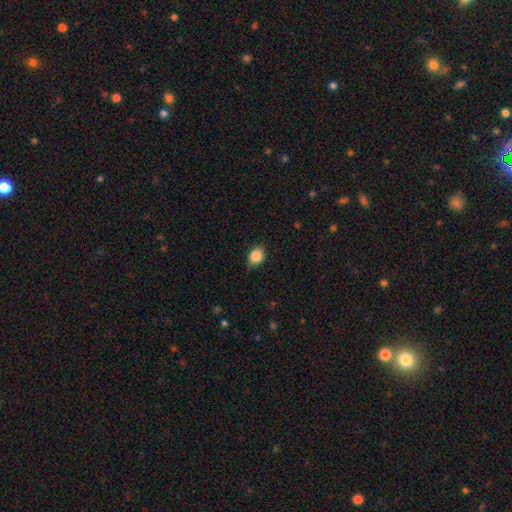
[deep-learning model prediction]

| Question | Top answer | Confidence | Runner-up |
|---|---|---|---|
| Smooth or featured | smooth | 86% | star or artifact (8%) |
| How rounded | in between | 64% | round (35%) |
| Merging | none | 78% | minor disturbance (18%) |